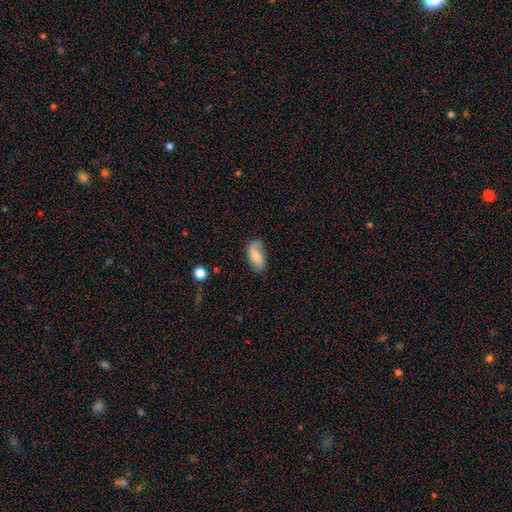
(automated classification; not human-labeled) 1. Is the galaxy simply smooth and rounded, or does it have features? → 61% smooth, 31% featured or disk, 8% star or artifact.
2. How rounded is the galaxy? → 92% in between, 4% cigar-shaped, 4% round.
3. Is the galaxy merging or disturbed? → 55% none, 29% minor disturbance, 13% major disturbance, 3% merger.